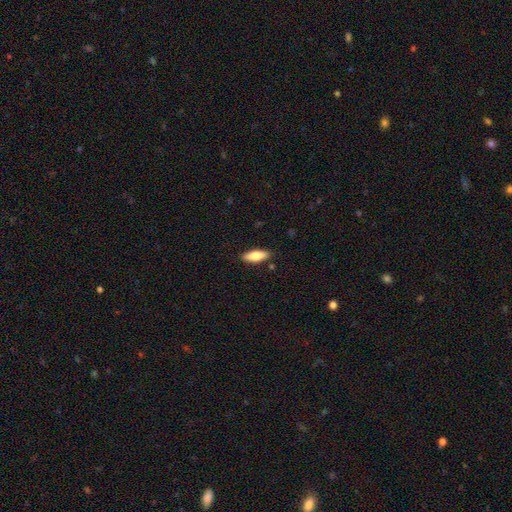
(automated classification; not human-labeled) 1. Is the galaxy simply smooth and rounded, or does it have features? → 79% smooth, 15% featured or disk, 6% star or artifact.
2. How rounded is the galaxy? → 67% in between, 31% cigar-shaped, 2% round.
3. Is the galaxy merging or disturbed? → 88% none, 9% minor disturbance, 2% major disturbance, 2% merger.